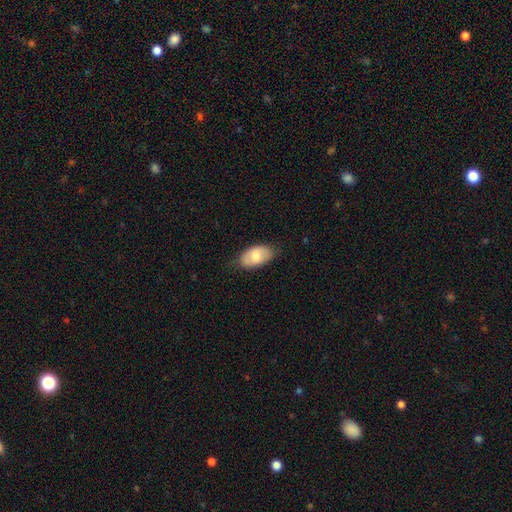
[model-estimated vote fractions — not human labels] The model was most divided on "merging": none: 74%, minor disturbance: 21%, major disturbance: 4%, merger: 1%. More confident: how rounded — in between (94%); smooth or featured — smooth (74%).